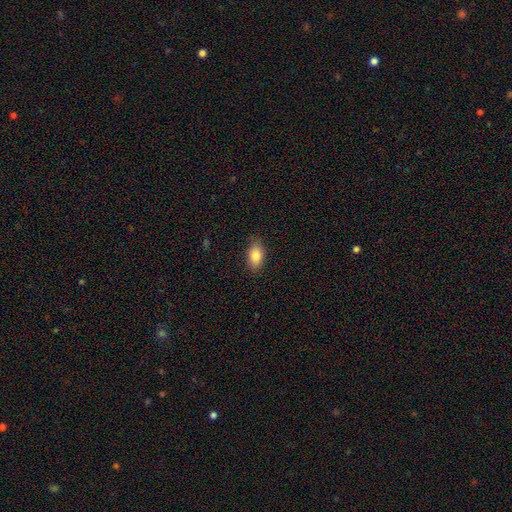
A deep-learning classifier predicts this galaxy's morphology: type=smooth (85%); roundness=in between (90%); merging=none (85%).